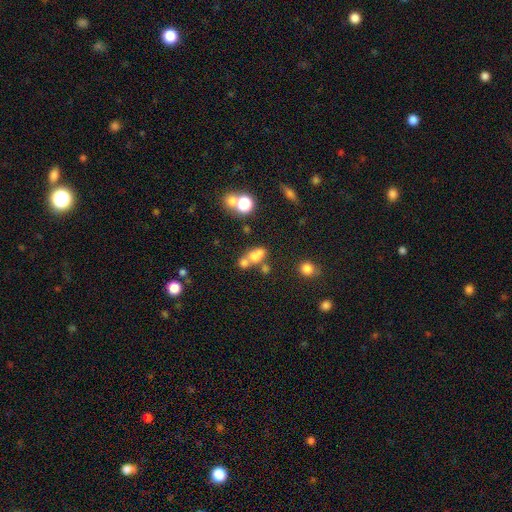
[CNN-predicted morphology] Smooth or featured: smooth — 63% (featured or disk — 20%)
How rounded: in between — 61% (round — 34%)
Merging: merger — 52% (none — 30%)